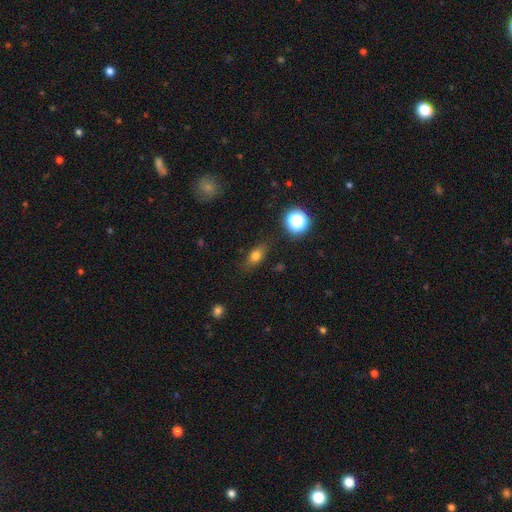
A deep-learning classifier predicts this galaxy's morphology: This is likely a smooth galaxy (74%). How rounded: likely in between (70%). Merging: clearly none (80%).